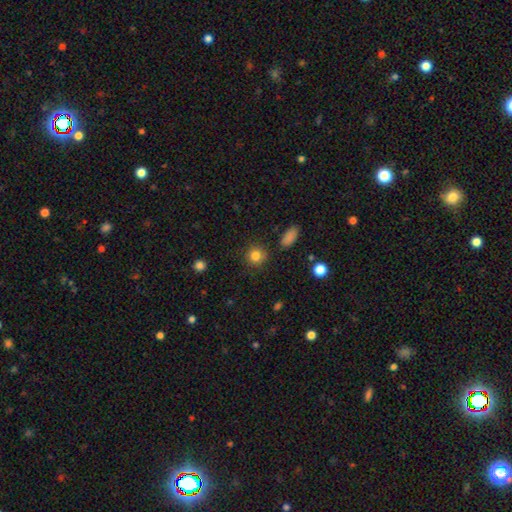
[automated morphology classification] Overall: smooth (83%). How rounded: round (89%). Merging: none (85%).